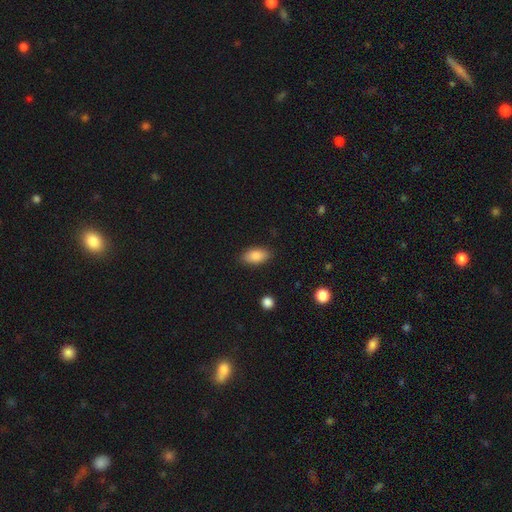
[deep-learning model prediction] The model was most divided on "merging": none: 86%, minor disturbance: 11%, major disturbance: 3%, merger: 1%. More confident: how rounded — in between (92%); smooth or featured — smooth (86%).